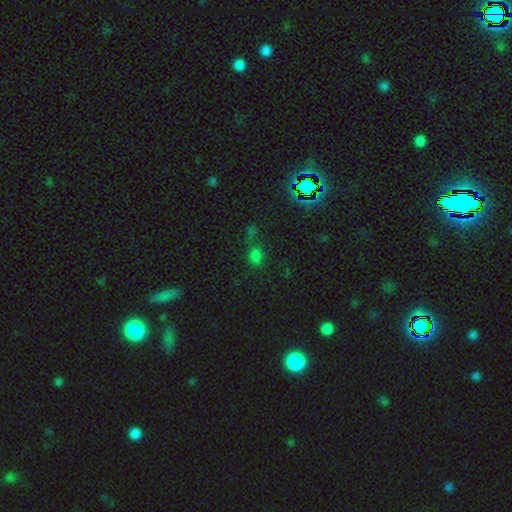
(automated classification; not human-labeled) Smooth or featured: smooth — 60% (star or artifact — 34%)
How rounded: round — 54% (in between — 44%)
Merging: none — 59% (merger — 19%)